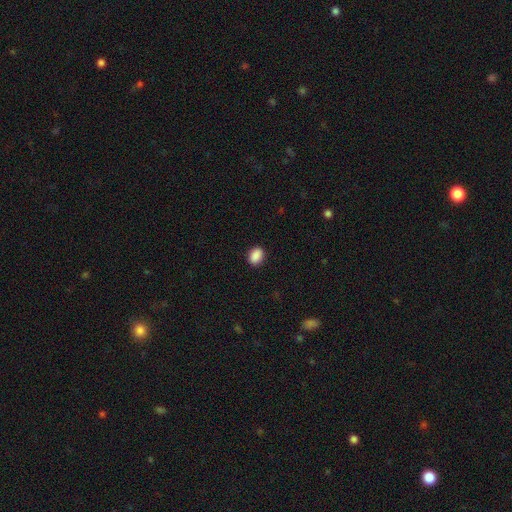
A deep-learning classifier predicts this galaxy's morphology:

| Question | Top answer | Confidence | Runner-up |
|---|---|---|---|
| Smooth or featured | smooth | 90% | star or artifact (8%) |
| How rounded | in between | 69% | round (29%) |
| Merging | none | 89% | minor disturbance (8%) |